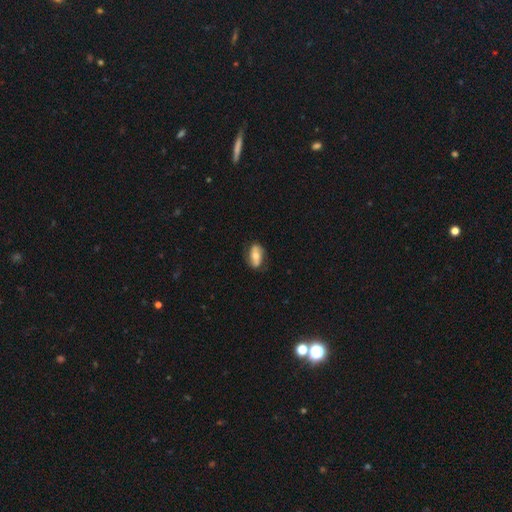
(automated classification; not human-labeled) A smooth galaxy with no disk features (51%) that is in between round and cigar-shaped (88%).

Vote fractions:
- Smooth or featured? smooth: 51% / featured or disk: 42% / star or artifact: 7%
- How rounded? in between: 88% / round: 7% / cigar-shaped: 5%
- Merging? none: 76% / minor disturbance: 18% / major disturbance: 4% / merger: 1%